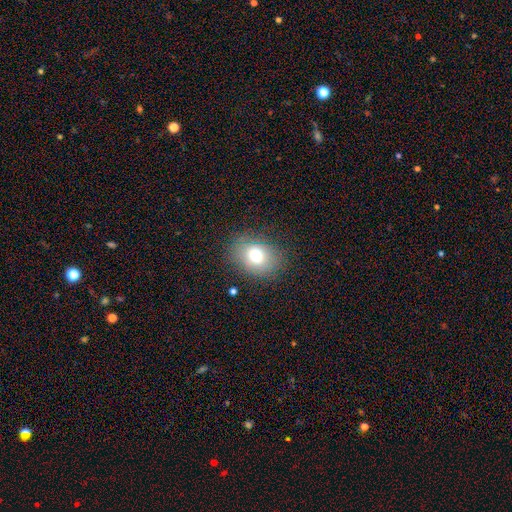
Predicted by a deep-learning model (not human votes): smooth-or-featured: smooth: 73% | featured or disk: 14% | star or artifact: 13%
  how-rounded: in between: 59% | round: 40% | cigar-shaped: 1%
  merging: none: 82% | minor disturbance: 12% | major disturbance: 5% | merger: 1%